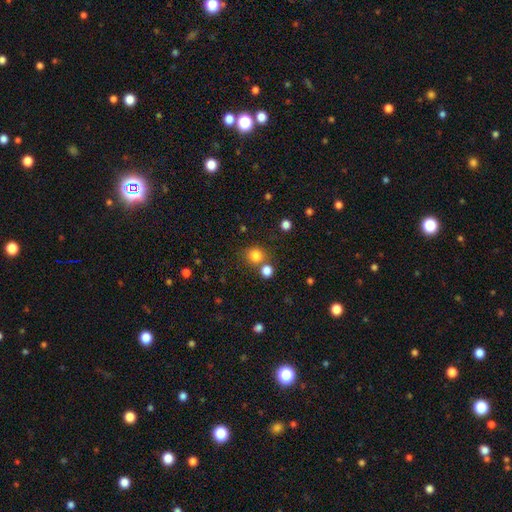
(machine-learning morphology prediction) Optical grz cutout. It shows a smooth galaxy with no disk features (80%) that is round (86%). Merging: none (69%).